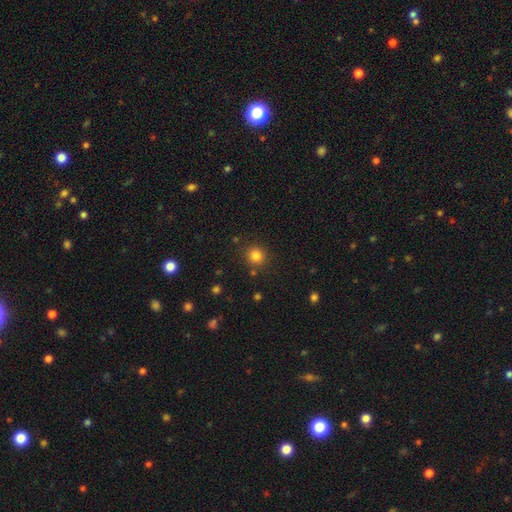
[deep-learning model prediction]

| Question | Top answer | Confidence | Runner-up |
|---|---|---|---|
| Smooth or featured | smooth | 83% | star or artifact (13%) |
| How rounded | round | 88% | in between (11%) |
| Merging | none | 85% | minor disturbance (8%) |